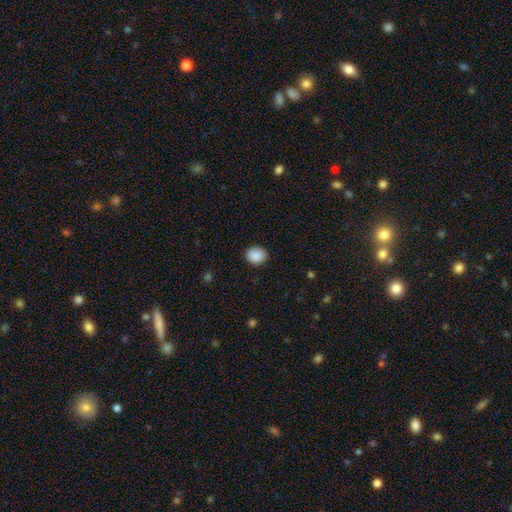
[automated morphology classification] Overall: smooth (89%). How rounded: round (63%; in between 36%). Merging: none (87%).